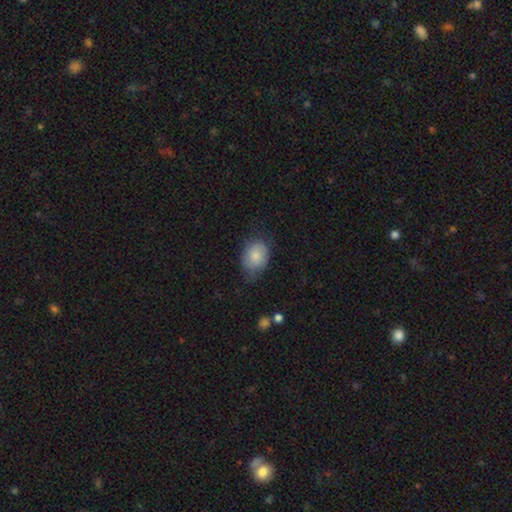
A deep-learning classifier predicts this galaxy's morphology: This appears to be a smooth galaxy with no disk features (81%) that is in between round and cigar-shaped (65%). Merging: none (59%).